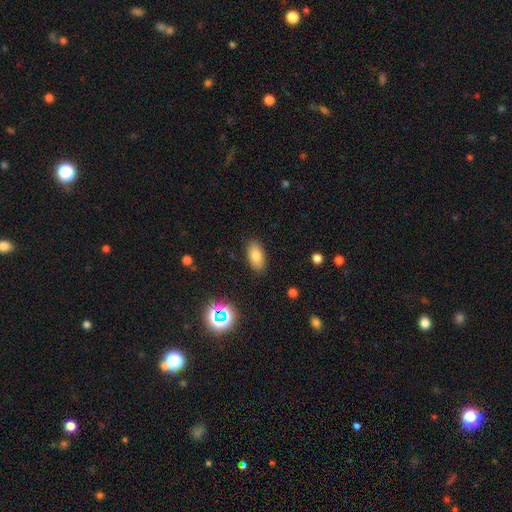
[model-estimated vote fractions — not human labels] Smooth or featured: smooth — 79% (featured or disk — 11%)
How rounded: in between — 90% (cigar-shaped — 5%)
Merging: none — 87% (minor disturbance — 9%)